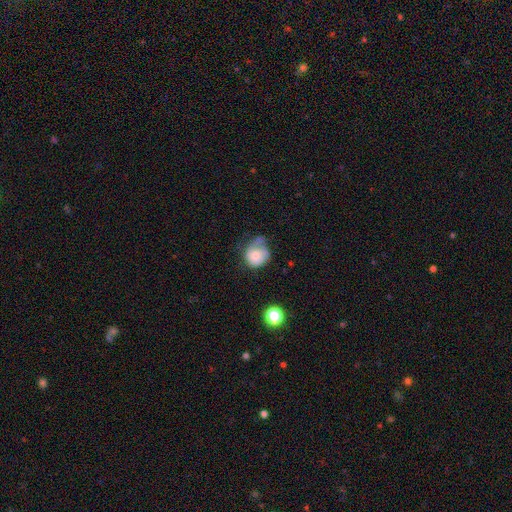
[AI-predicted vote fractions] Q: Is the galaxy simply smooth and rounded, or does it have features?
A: smooth — 66%.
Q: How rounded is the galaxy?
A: round — 73%.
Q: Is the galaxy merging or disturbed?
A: minor disturbance — 34%.